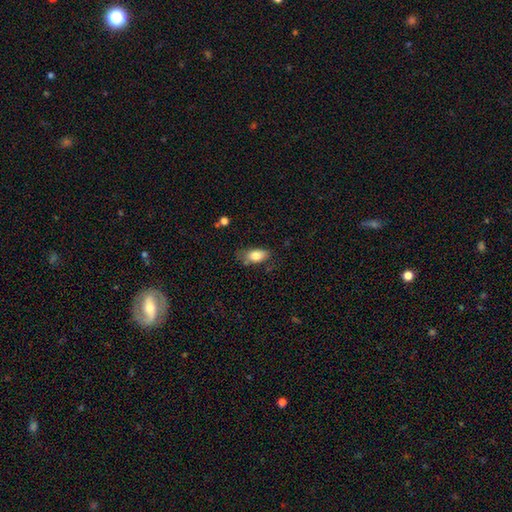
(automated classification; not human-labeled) This appears to be a smooth galaxy with no disk features (80%) that is in between round and cigar-shaped (88%). Merging: none (60%).